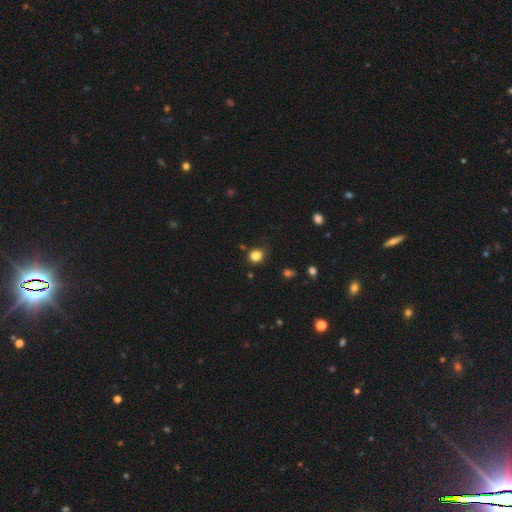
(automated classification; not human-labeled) This appears to be a smooth galaxy with no disk features (83%) that is round (82%). Merging: none (78%).